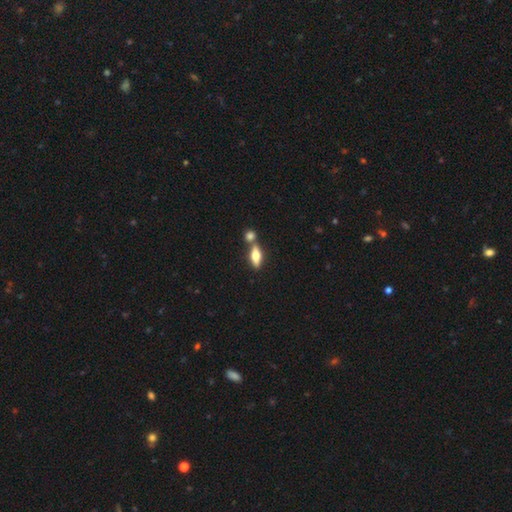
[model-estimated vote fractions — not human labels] smooth 54%, featured or disk 39%, star or artifact 7%. Down the decision tree: how rounded — in between (61%); merging — none (60%).